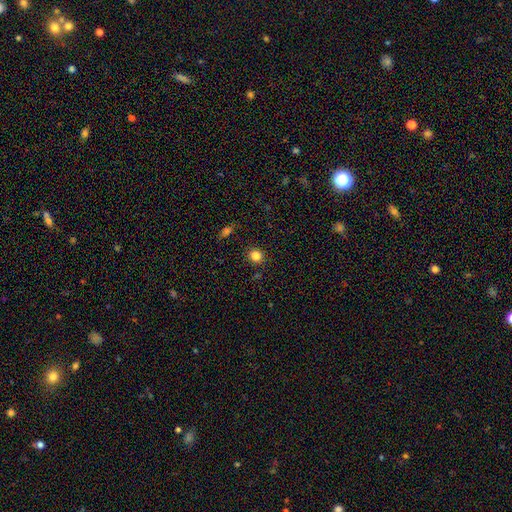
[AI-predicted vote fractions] This appears to be a smooth galaxy with no disk features (84%) that is round (86%). Merging: none (89%).